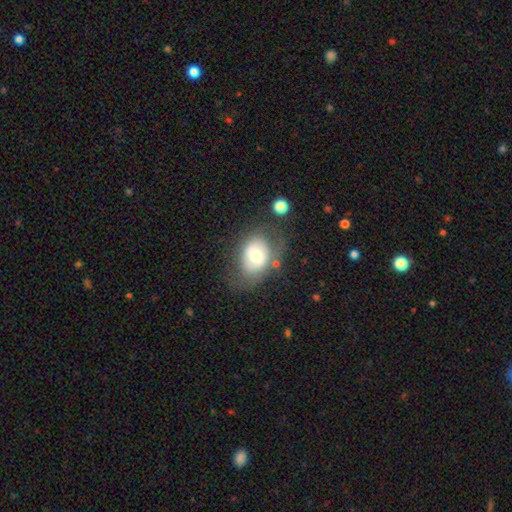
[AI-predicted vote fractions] Overall: smooth (58%; featured or disk 33%). How rounded: in between (66%; round 33%). Merging: none (59%; minor disturbance 22%).